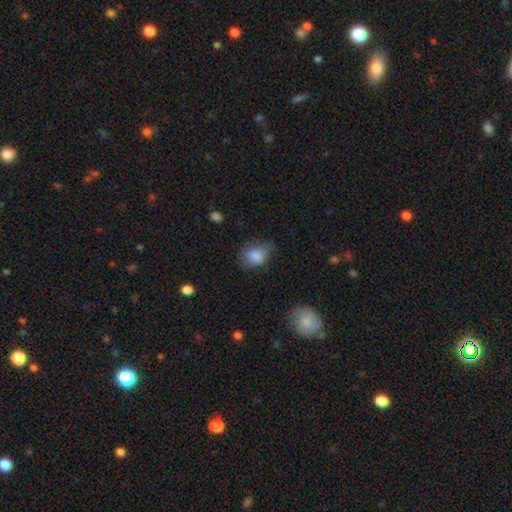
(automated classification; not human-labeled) Smooth or featured? smooth (82%)
How rounded? in between (66%)
Merging? none (55%)